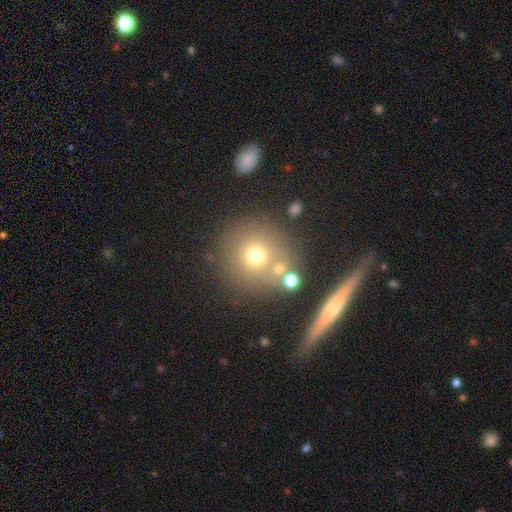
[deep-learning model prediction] The model was most divided on "smooth or featured": smooth: 67%, star or artifact: 17%, featured or disk: 16%. More confident: how rounded — round (91%); merging — none (67%).